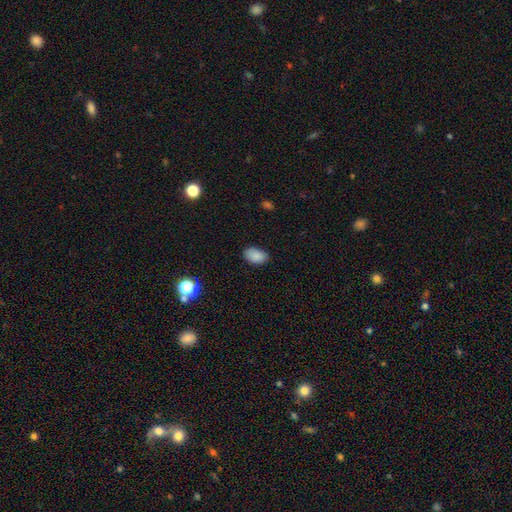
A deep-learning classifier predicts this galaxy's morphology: type=smooth (87%); roundness=in between (90%); merging=none (83%).